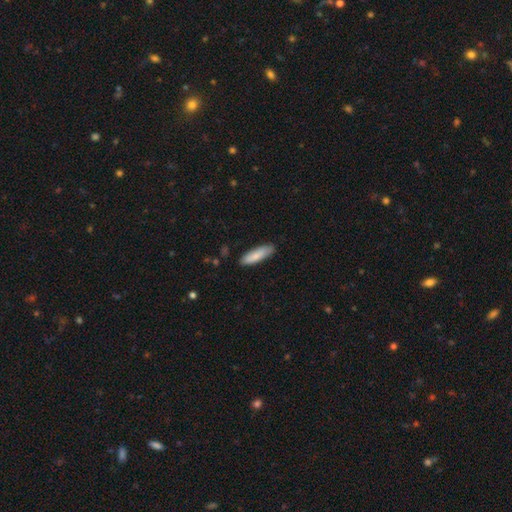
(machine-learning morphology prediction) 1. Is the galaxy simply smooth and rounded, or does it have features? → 83% smooth, 12% featured or disk, 5% star or artifact.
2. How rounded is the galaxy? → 64% cigar-shaped, 35% in between, 1% round.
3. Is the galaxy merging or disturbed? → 86% none, 11% minor disturbance, 2% major disturbance, 1% merger.